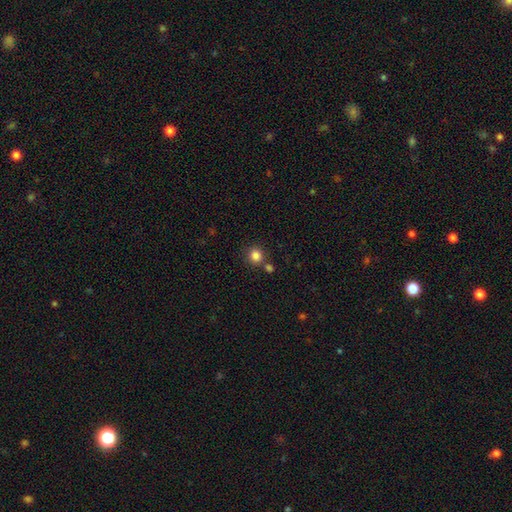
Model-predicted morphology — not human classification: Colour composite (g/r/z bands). It shows a smooth galaxy with no disk features (84%) that is round (90%). Merging: none (77%).